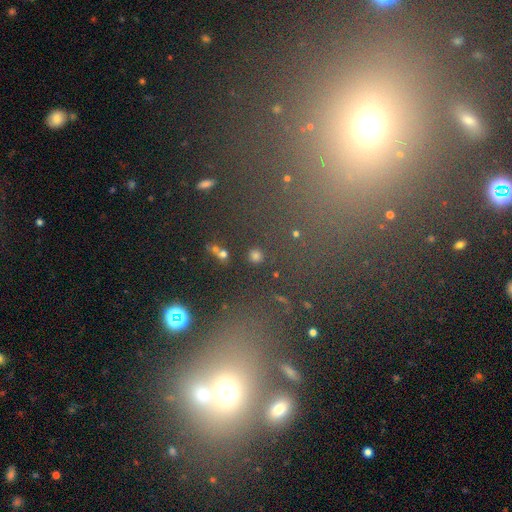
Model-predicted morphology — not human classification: A smooth galaxy with no disk features (65%) that is round (82%).

Vote fractions:
- Smooth or featured? smooth: 65% / star or artifact: 27% / featured or disk: 8%
- How rounded? round: 82% / in between: 15% / cigar-shaped: 3%
- Merging? none: 83% / minor disturbance: 7% / merger: 6% / major disturbance: 4%